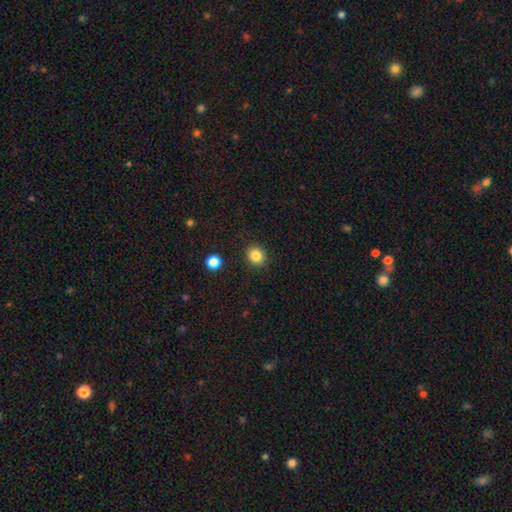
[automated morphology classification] Smooth or featured?
  - smooth: 84% *
  - star or artifact: 11%
  - featured or disk: 5%
How rounded?
  - round: 79% *
  - in between: 20%
  - cigar-shaped: 1%
Merging?
  - none: 90% *
  - minor disturbance: 6%
  - major disturbance: 2%
  - merger: 1%